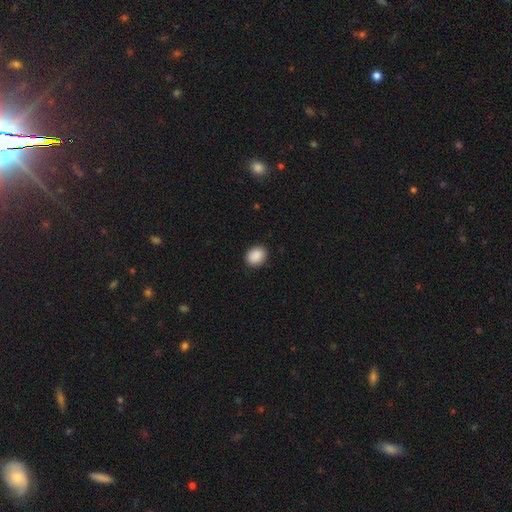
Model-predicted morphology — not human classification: Q: Smooth or featured?
A: smooth (90%); runner-up: star or artifact (8%)
Q: How rounded?
A: in between (50%); runner-up: round (49%)
Q: Merging?
A: none (89%); runner-up: minor disturbance (8%)